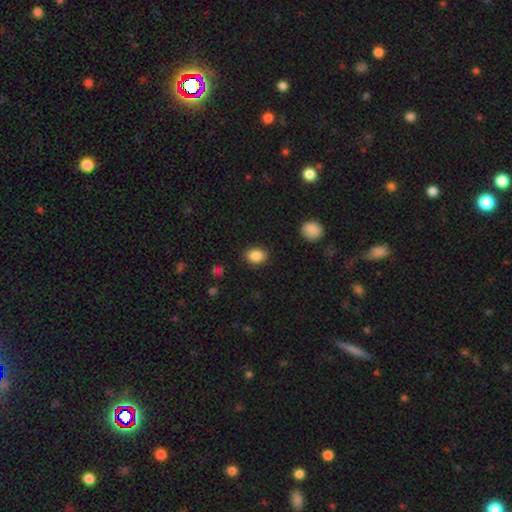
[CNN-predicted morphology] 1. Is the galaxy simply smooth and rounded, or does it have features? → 87% smooth, 9% star or artifact, 4% featured or disk.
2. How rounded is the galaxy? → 52% in between, 47% round, 1% cigar-shaped.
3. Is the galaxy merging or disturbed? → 86% none, 10% minor disturbance, 3% major disturbance, 1% merger.